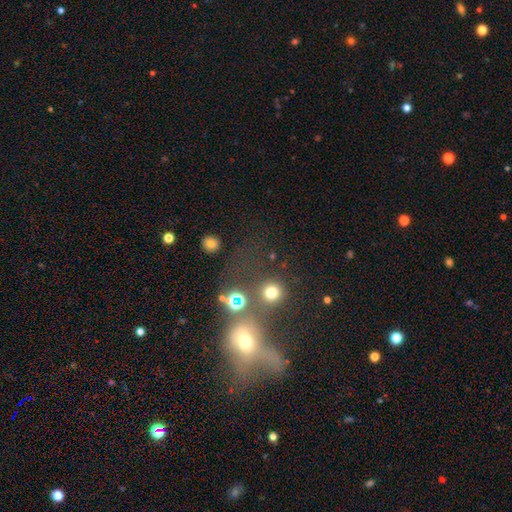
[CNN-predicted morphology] Smooth or featured?
  - star or artifact: 38% *
  - smooth: 37%
  - featured or disk: 25%